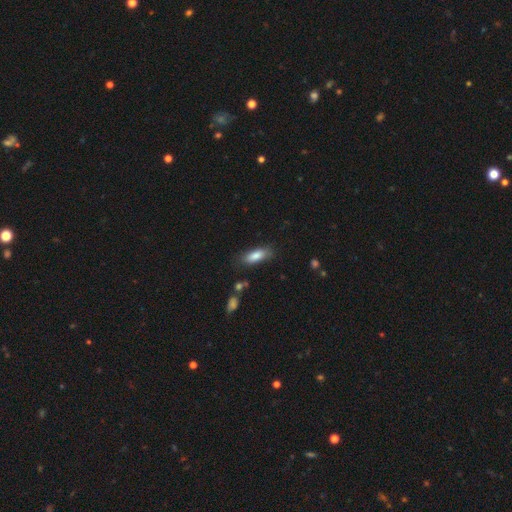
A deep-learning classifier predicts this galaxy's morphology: Overall: smooth (82%). How rounded: in between (70%). Merging: none (78%).